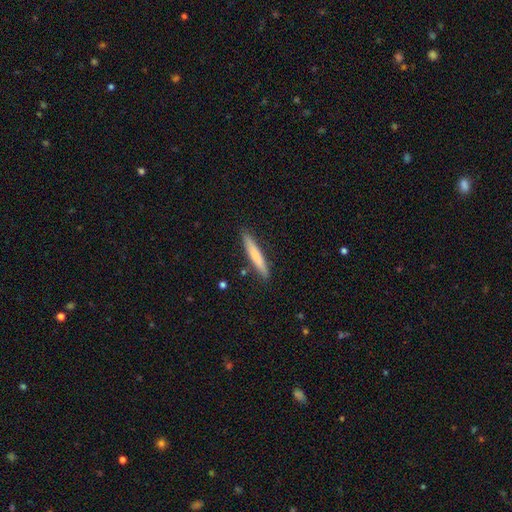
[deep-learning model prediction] This appears to be a smooth galaxy with no disk features (70%) that is cigar-shaped (94%). Merging: none (88%).